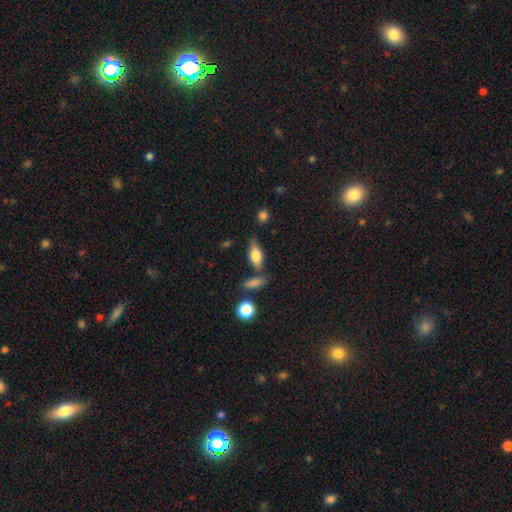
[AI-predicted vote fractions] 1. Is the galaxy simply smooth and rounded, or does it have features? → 64% smooth, 29% featured or disk, 7% star or artifact.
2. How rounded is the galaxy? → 75% in between, 20% cigar-shaped, 5% round.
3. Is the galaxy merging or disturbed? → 66% none, 17% minor disturbance, 12% merger, 5% major disturbance.